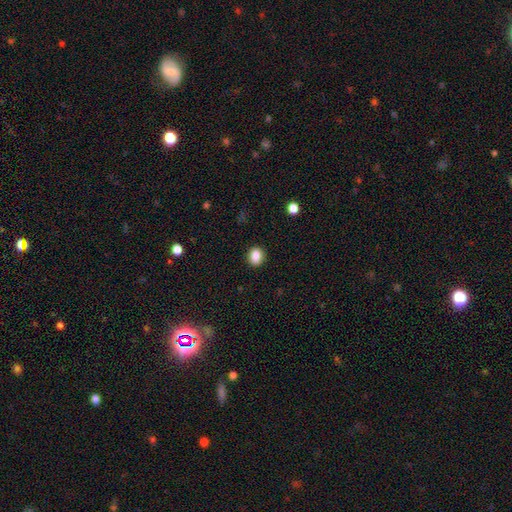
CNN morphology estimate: smooth 85%, star or artifact 10%, featured or disk 5%. Down the decision tree: how rounded — round (51%); merging — none (88%).